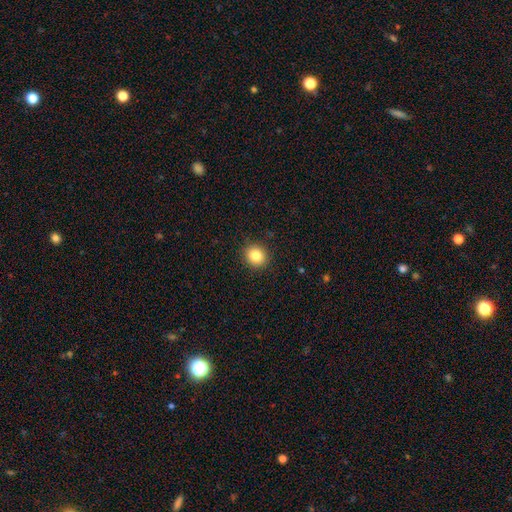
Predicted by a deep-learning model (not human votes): Overall: smooth (84%). How rounded: round (82%). Merging: none (90%).